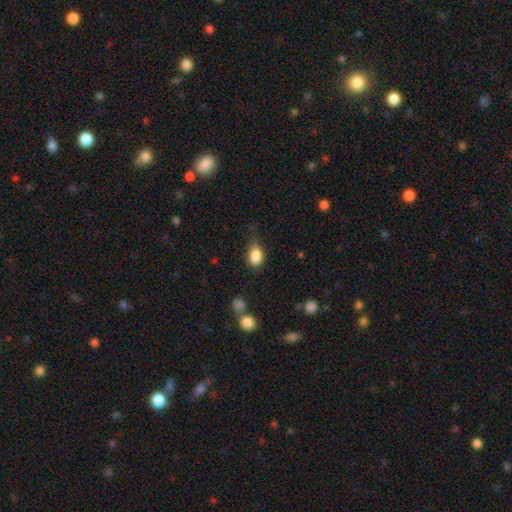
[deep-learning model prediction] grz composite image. It shows a smooth galaxy with no disk features (86%) that is in between round and cigar-shaped (74%). Merging: none (53%).